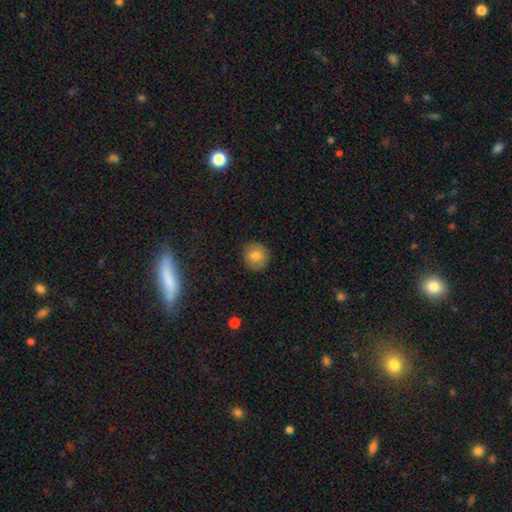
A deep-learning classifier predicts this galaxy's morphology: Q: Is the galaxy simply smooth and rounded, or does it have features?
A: smooth — 79%.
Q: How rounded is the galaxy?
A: round — 89%.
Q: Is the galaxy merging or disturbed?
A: none — 88%.